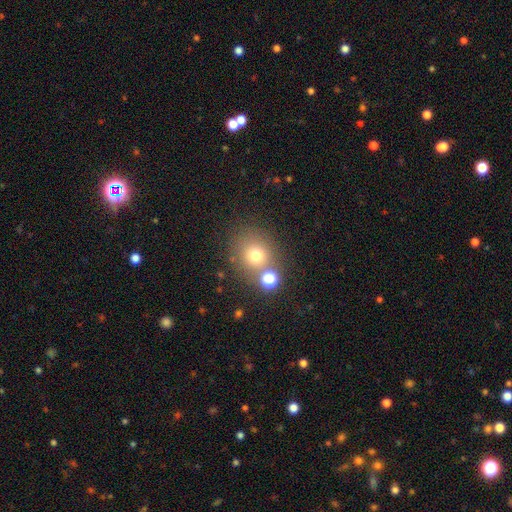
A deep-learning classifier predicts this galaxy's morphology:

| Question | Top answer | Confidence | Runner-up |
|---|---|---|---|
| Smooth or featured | smooth | 70% | star or artifact (18%) |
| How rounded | round | 82% | in between (17%) |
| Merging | none | 70% | merger (15%) |